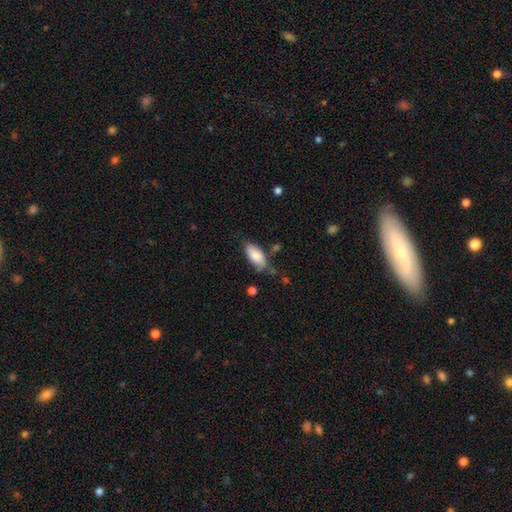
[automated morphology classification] Overall: smooth (83%). How rounded: in between (88%). Merging: none (62%; minor disturbance 26%).